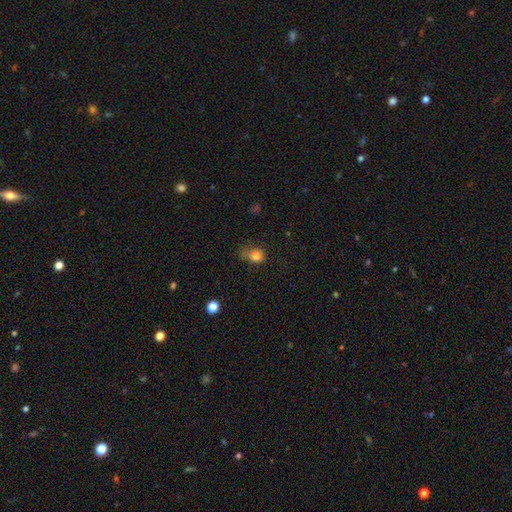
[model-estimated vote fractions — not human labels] Q: Smooth or featured?
A: smooth (80%); runner-up: star or artifact (12%)
Q: How rounded?
A: round (59%); runner-up: in between (40%)
Q: Merging?
A: none (41%); runner-up: minor disturbance (37%)